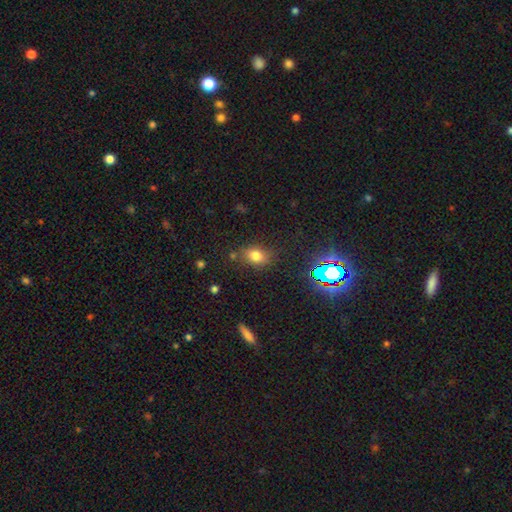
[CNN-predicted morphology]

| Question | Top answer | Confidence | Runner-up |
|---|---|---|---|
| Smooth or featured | smooth | 74% | star or artifact (17%) |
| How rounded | in between | 69% | round (29%) |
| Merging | none | 77% | minor disturbance (14%) |